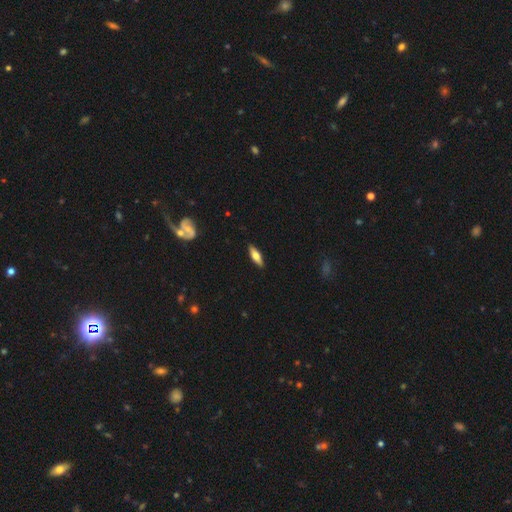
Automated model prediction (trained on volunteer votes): Smooth or featured: smooth — 55% (featured or disk — 39%)
How rounded: in between — 50% (cigar-shaped — 48%)
Merging: none — 89% (minor disturbance — 9%)